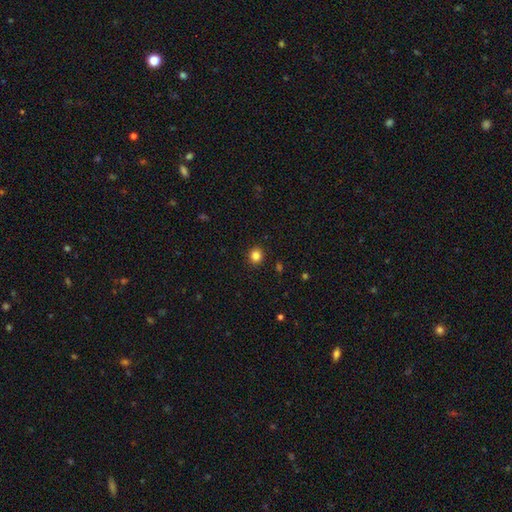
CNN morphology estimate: Overall: smooth (84%). How rounded: round (87%). Merging: none (92%).